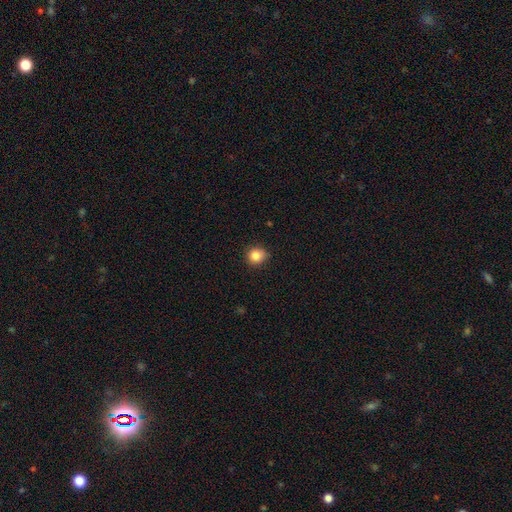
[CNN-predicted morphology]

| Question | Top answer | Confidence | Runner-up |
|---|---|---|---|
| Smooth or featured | smooth | 85% | star or artifact (10%) |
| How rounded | round | 88% | in between (11%) |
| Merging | none | 84% | minor disturbance (13%) |